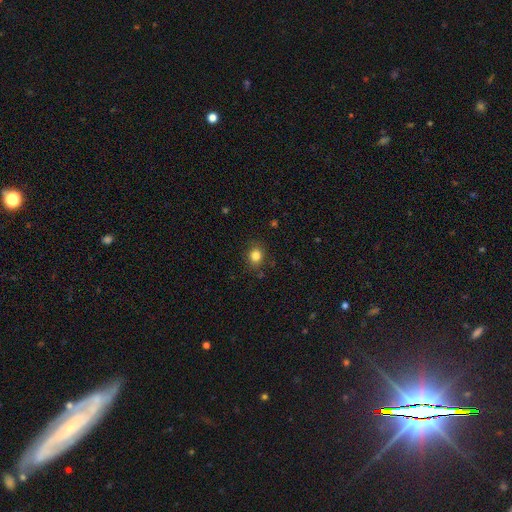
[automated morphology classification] A smooth galaxy with no disk features (83%) that is round (71%). Merging: none (85%).